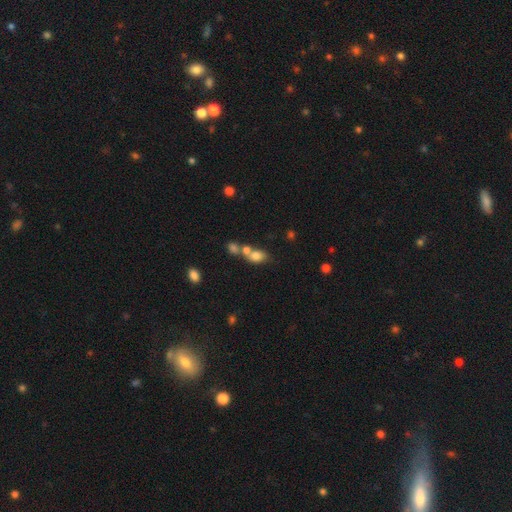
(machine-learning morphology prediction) smooth-or-featured: smooth: 75% | featured or disk: 14% | star or artifact: 11%
  how-rounded: in between: 71% | round: 26% | cigar-shaped: 3%
  merging: merger: 55% | none: 31% | minor disturbance: 9% | major disturbance: 5%